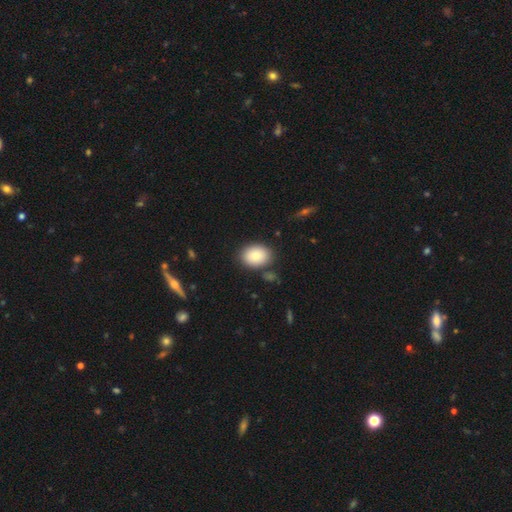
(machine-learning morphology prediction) smooth-or-featured: smooth: 85% | featured or disk: 8% | star or artifact: 7%
  how-rounded: in between: 75% | round: 24% | cigar-shaped: 1%
  merging: none: 83% | minor disturbance: 10% | merger: 4% | major disturbance: 3%